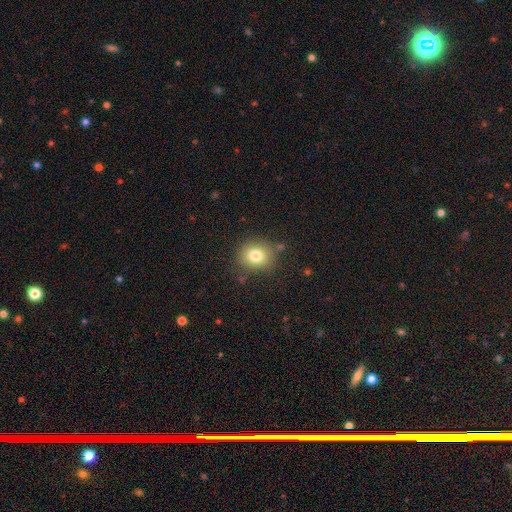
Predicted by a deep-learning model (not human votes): This appears to be a smooth galaxy with no disk features (79%) that is round (76%). Merging: none (82%).